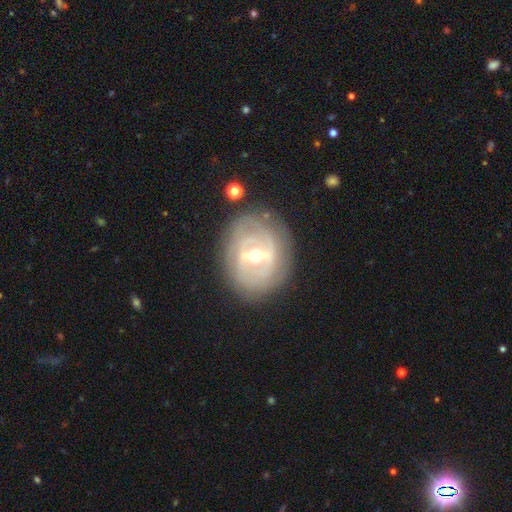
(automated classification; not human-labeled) Smooth or featured?
  - featured or disk: 84% *
  - smooth: 11%
  - star or artifact: 5%
Edge-on disk?
  - no: 95% *
  - yes: 5%
Bar?
  - strong: 49% *
  - weak: 40%
  - no: 12%
Spiral arms?
  - yes: 77% *
  - no: 23%
Spiral winding?
  - tight: 66% *
  - medium: 25%
  - loose: 9%
Spiral arm count?
  - can't tell: 39% *
  - 2: 34%
  - 3: 13%
  - 4: 6%
  - 1: 4%
  - more than 4: 4%
Bulge size?
  - moderate: 70% *
  - small: 24%
  - large: 4%
  - none: 1%
  - dominant: 1%
Merging?
  - none: 79% *
  - minor disturbance: 14%
  - major disturbance: 5%
  - merger: 2%